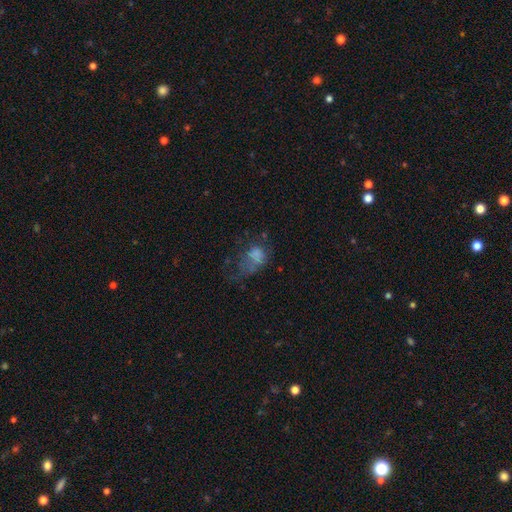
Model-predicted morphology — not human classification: Smooth or featured?
  - smooth: 56% *
  - featured or disk: 29%
  - star or artifact: 16%
How rounded?
  - in between: 65% *
  - round: 33%
  - cigar-shaped: 2%
Merging?
  - major disturbance: 53% *
  - none: 21%
  - minor disturbance: 16%
  - merger: 9%